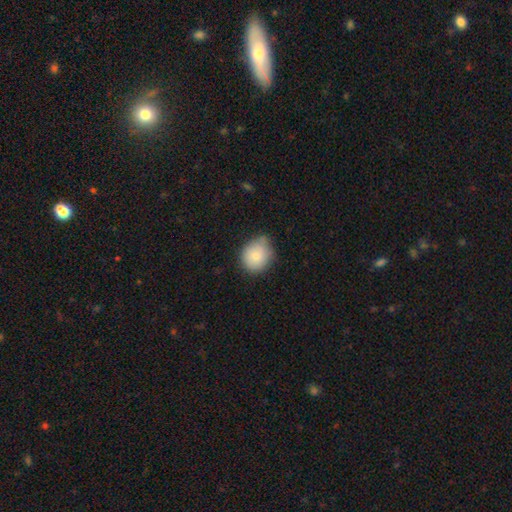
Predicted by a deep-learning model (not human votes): A smooth galaxy with no disk features (84%) that is round (72%).

Vote fractions:
- Smooth or featured? smooth: 84% / featured or disk: 8% / star or artifact: 8%
- How rounded? round: 72% / in between: 27% / cigar-shaped: 1%
- Merging? none: 60% / minor disturbance: 31% / major disturbance: 5% / merger: 3%